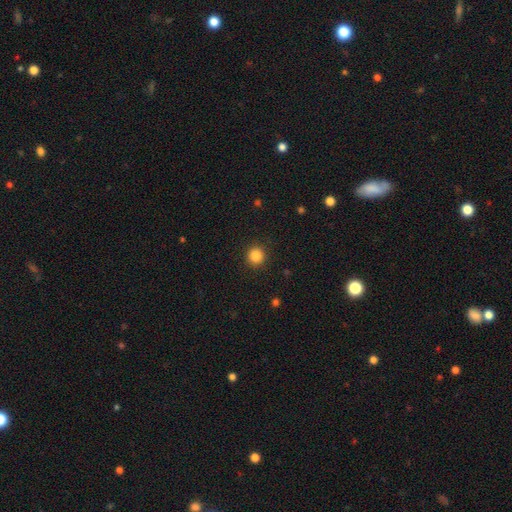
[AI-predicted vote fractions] Smooth or featured: smooth — 86% (star or artifact — 11%)
How rounded: round — 94% (in between — 5%)
Merging: none — 92% (minor disturbance — 5%)